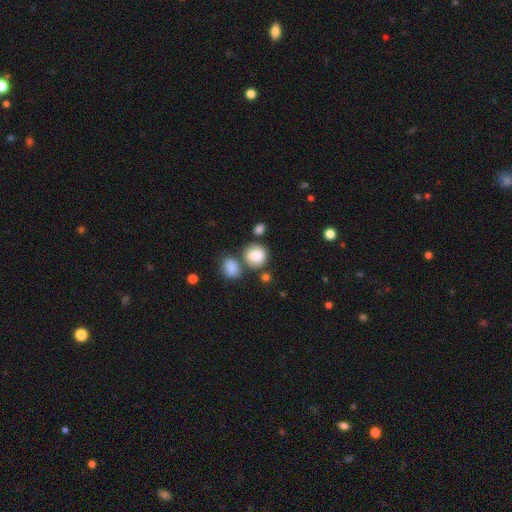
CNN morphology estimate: A smooth galaxy with no disk features (80%) that is round (70%).

Vote fractions:
- Smooth or featured? smooth: 80% / featured or disk: 11% / star or artifact: 8%
- How rounded? round: 70% / in between: 29% / cigar-shaped: 1%
- Merging? none: 58% / merger: 20% / minor disturbance: 16% / major disturbance: 6%